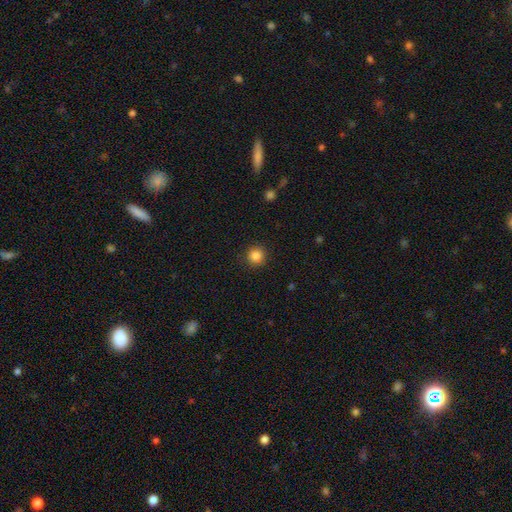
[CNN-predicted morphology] A smooth galaxy with no disk features (85%) that is round (94%).

Vote fractions:
- Smooth or featured? smooth: 85% / star or artifact: 11% / featured or disk: 4%
- How rounded? round: 94% / in between: 5% / cigar-shaped: 1%
- Merging? none: 91% / minor disturbance: 6% / major disturbance: 2% / merger: 1%